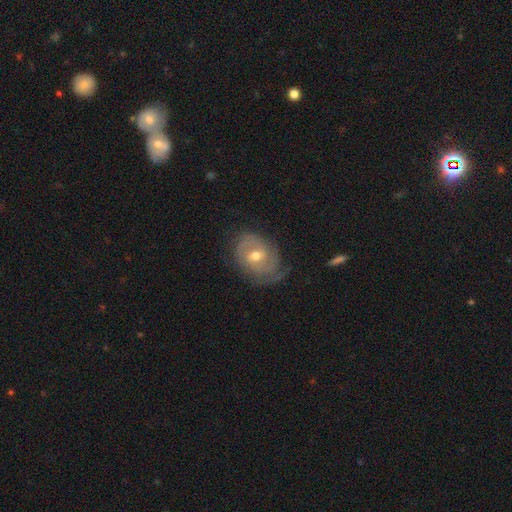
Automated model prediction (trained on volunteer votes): The model was most divided on "spiral arm count": 2: 41%, can't tell: 35%, 1: 10%, 3: 8%, 4: 3%, more than 4: 3%. More confident: edge-on disk — no (95%); spiral arms — yes (82%); smooth or featured — featured or disk (73%); bulge size — moderate (69%); merging — none (62%); spiral winding — tight (57%); bar — no (53%).